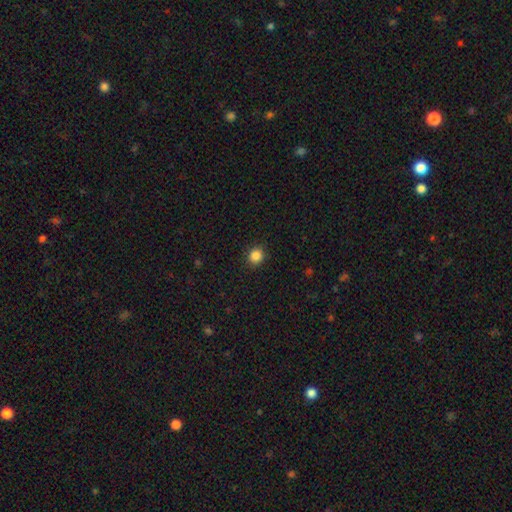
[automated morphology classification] type=smooth (86%); roundness=round (83%); merging=none (91%).